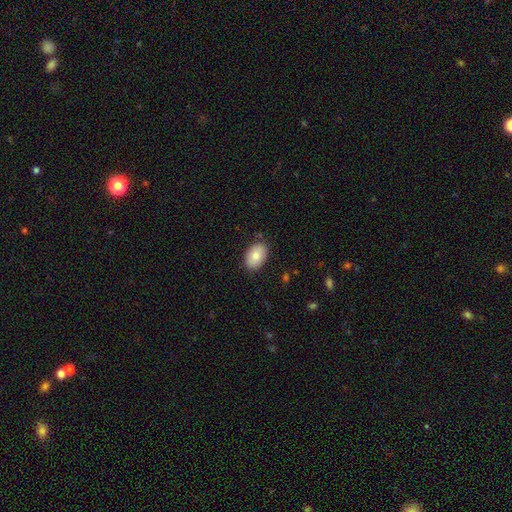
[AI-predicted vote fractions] smooth 81%, featured or disk 12%, star or artifact 7%. Down the decision tree: how rounded — in between (87%); merging — none (84%).